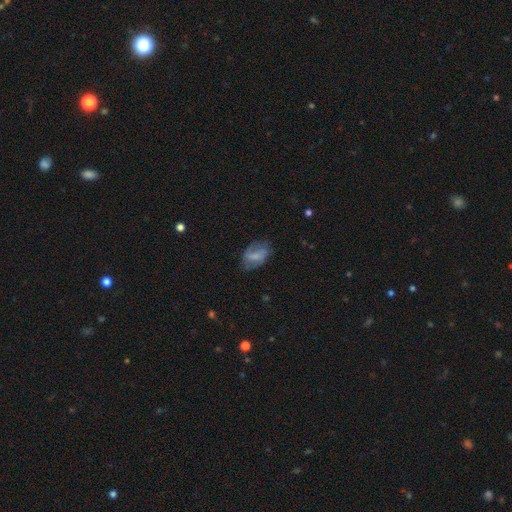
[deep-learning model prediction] This appears to be a smooth galaxy with no disk features (56%) that is in between round and cigar-shaped (86%). Merging: none (54%).